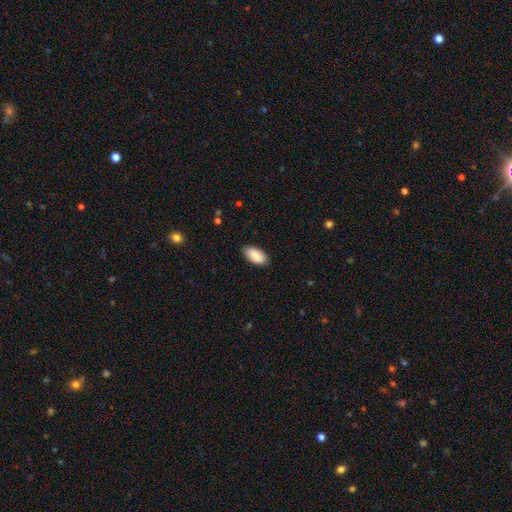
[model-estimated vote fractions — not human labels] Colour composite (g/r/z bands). It shows a smooth galaxy with no disk features (84%) that is in between round and cigar-shaped (94%). Merging: none (88%).